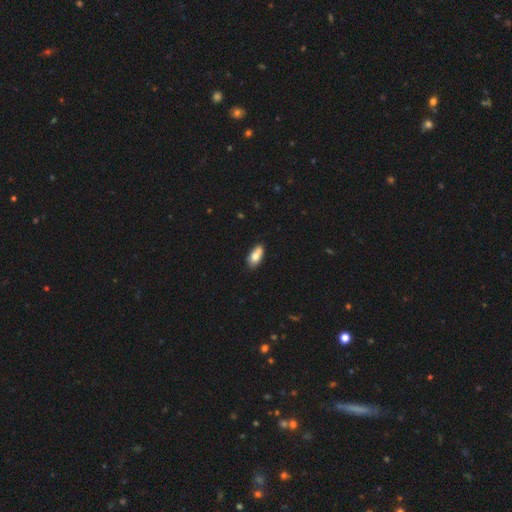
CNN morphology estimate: This is likely a smooth galaxy (75%). How rounded: clearly in between (88%). Merging: possibly none (58%).